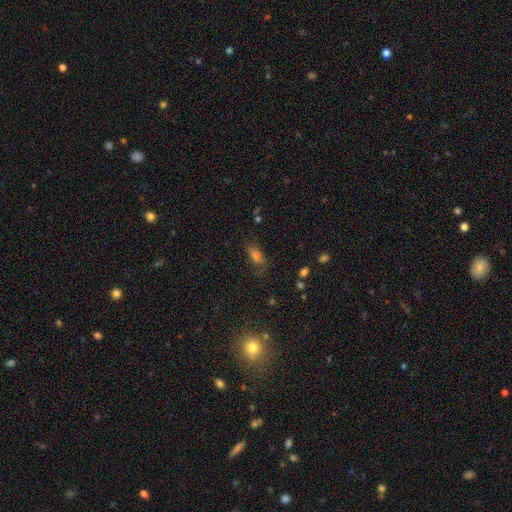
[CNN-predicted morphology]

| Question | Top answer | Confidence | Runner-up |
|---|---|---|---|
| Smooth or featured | smooth | 60% | star or artifact (24%) |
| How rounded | in between | 72% | cigar-shaped (19%) |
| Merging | none | 62% | minor disturbance (23%) |